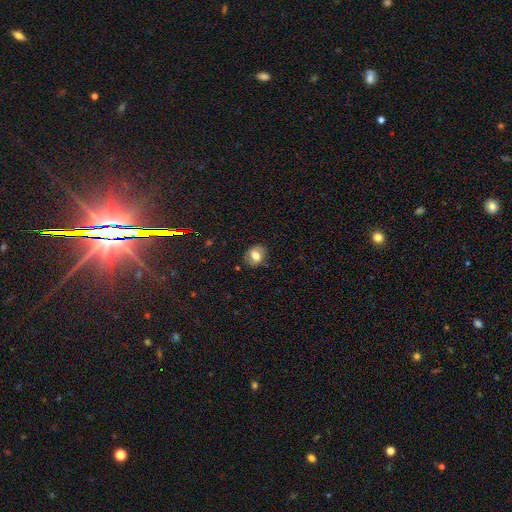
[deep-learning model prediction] smooth_or_featured: smooth (p=0.67) [alt: featured or disk p=0.21]
how_rounded: round (p=0.52) [alt: in between p=0.47]
merging: none (p=0.78) [alt: minor disturbance p=0.17]